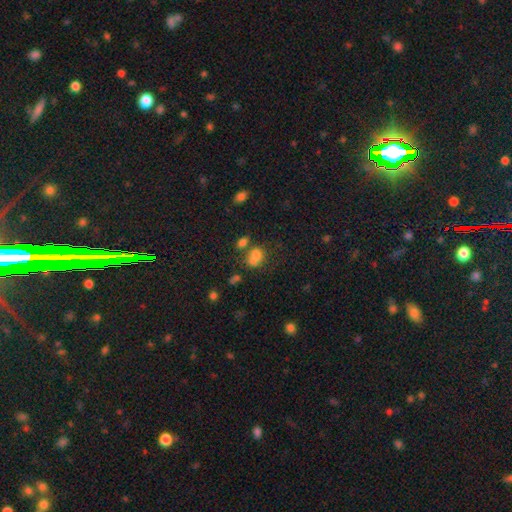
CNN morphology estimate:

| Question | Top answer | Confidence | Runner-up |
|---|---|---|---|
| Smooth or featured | smooth | 70% | star or artifact (15%) |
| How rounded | in between | 60% | round (39%) |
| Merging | merger | 48% | none (30%) |